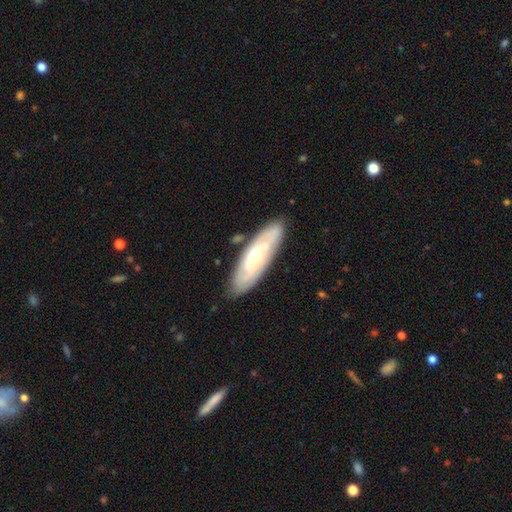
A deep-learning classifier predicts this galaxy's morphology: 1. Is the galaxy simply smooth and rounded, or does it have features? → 65% featured or disk, 29% smooth, 6% star or artifact.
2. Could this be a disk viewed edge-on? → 75% no, 25% yes.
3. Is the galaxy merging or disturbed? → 82% none, 13% minor disturbance, 3% major disturbance, 2% merger.